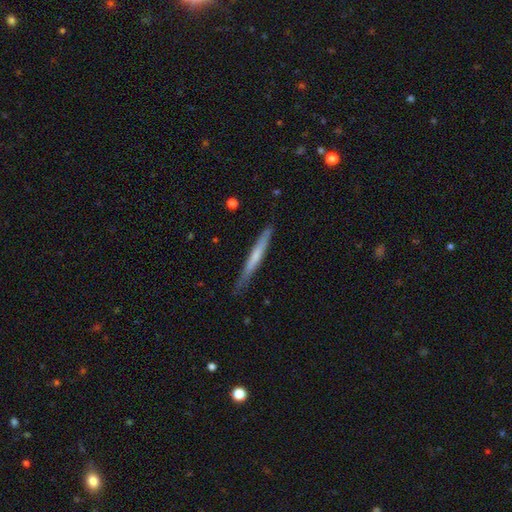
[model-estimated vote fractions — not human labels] Smooth or featured? Predicted: smooth (p=0.53). How rounded? Predicted: cigar-shaped (p=0.97). Merging? Predicted: none (p=0.83).